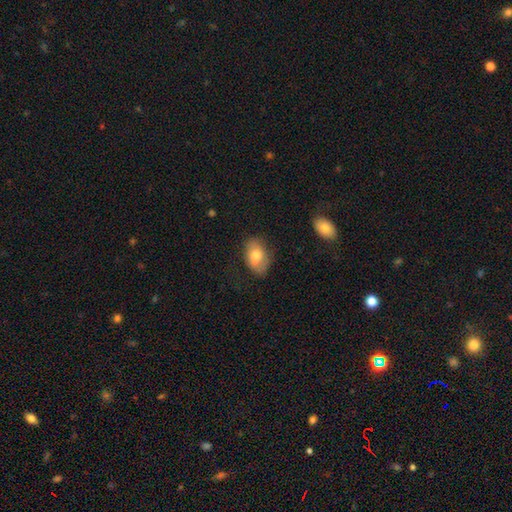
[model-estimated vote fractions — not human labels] Morphology: type=smooth (69%); roundness=in between (85%); merging=none (53%).